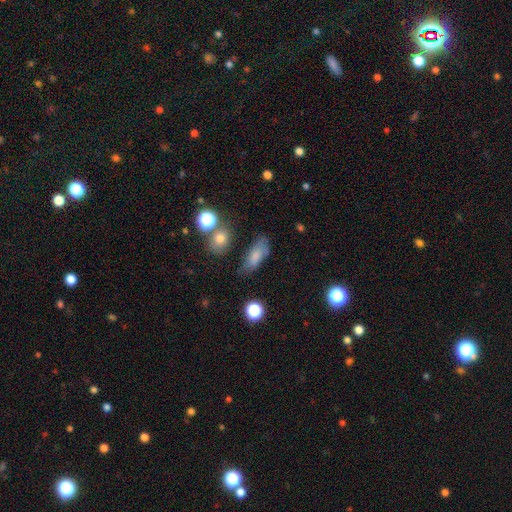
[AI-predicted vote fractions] smooth_or_featured: smooth (p=0.75) [alt: featured or disk p=0.14]
how_rounded: in between (p=0.75) [alt: cigar-shaped p=0.20]
merging: none (p=0.63) [alt: minor disturbance p=0.23]